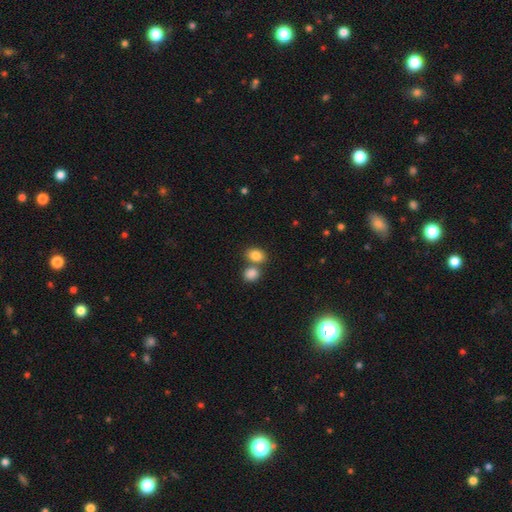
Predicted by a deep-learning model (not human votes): Overall: smooth (84%). How rounded: in between (66%; round 33%). Merging: none (50%; merger 38%).